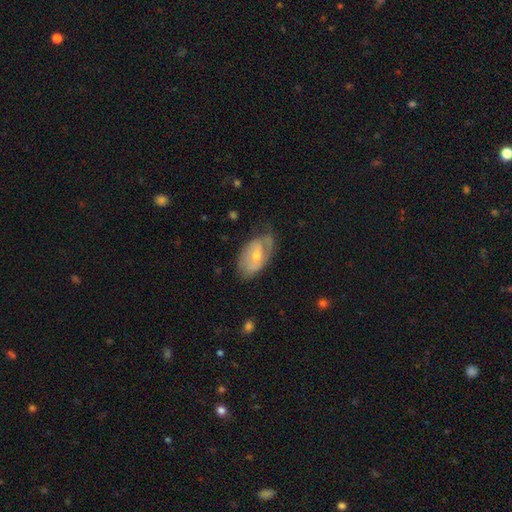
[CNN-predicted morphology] Q: Smooth or featured?
A: featured or disk (60%); runner-up: smooth (34%)
Q: Edge-on disk?
A: no (93%); runner-up: yes (7%)
Q: Bar?
A: no (47%); runner-up: weak (41%)
Q: Spiral arms?
A: yes (69%); runner-up: no (31%)
Q: Bulge size?
A: moderate (52%); runner-up: small (43%)
Q: Merging?
A: none (55%); runner-up: minor disturbance (30%)